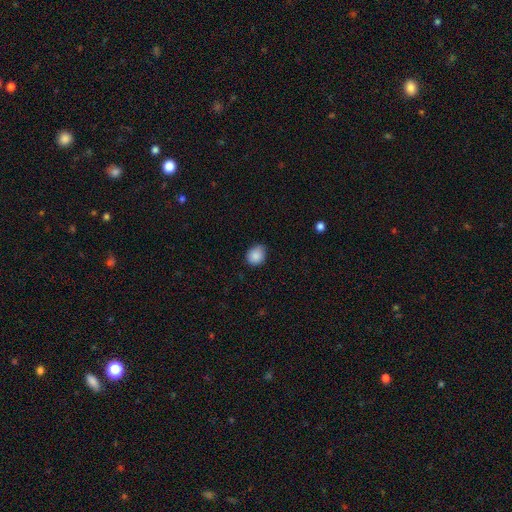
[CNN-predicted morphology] This is clearly a smooth galaxy (88%). How rounded: likely round (66%). Merging: likely none (77%).